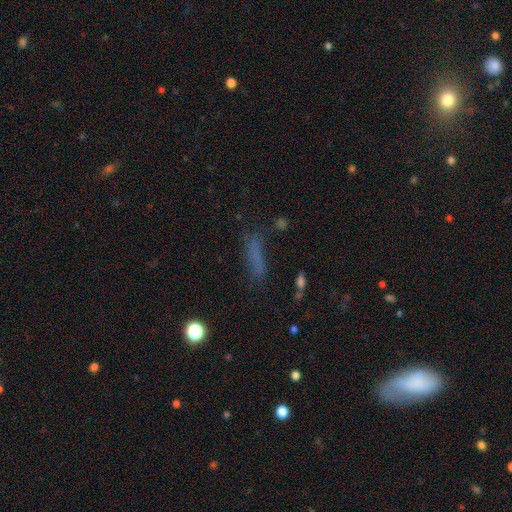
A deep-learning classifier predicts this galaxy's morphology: Overall: smooth (63%). How rounded: cigar-shaped (77%). Merging: none (65%).